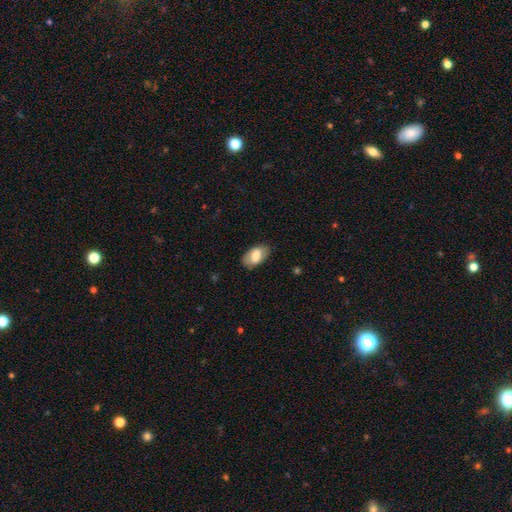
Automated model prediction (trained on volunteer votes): Smooth or featured? smooth (74%)
How rounded? in between (94%)
Merging? none (81%)